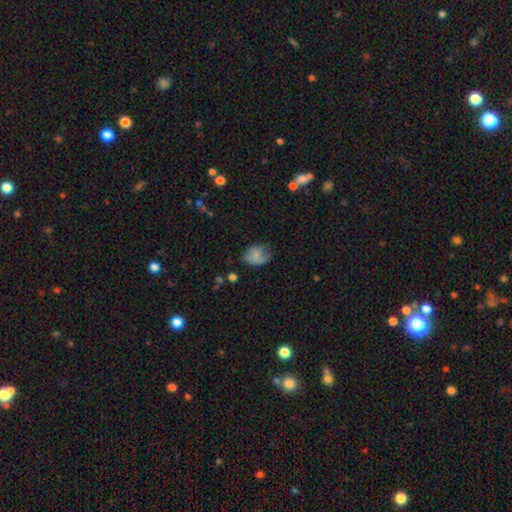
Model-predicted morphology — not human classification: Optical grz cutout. It shows a smooth galaxy with no disk features (65%) that is in between round and cigar-shaped (63%). Merging: none (40%).